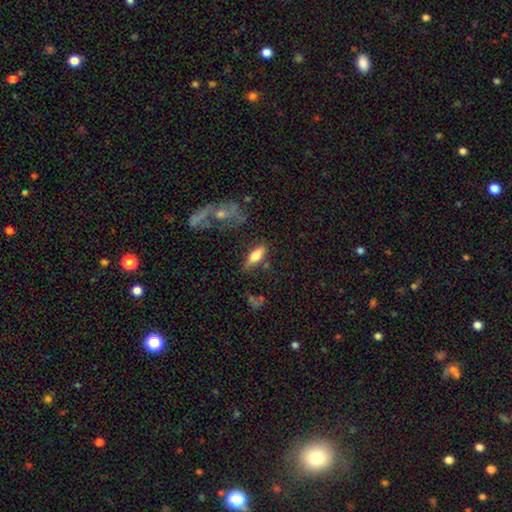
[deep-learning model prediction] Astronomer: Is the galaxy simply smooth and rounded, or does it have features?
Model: smooth — 67%.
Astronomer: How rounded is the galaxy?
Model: in between — 69%.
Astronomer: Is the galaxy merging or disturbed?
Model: none — 71%.